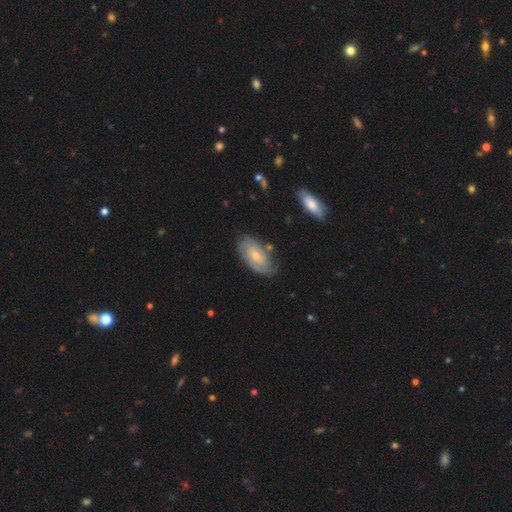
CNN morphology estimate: This appears to be a featured or disk galaxy (64%) with no bar (59%), 2 (44%) tight (55%) spiral arms (87%) and a small central bulge (64%). Merging: none (73%).